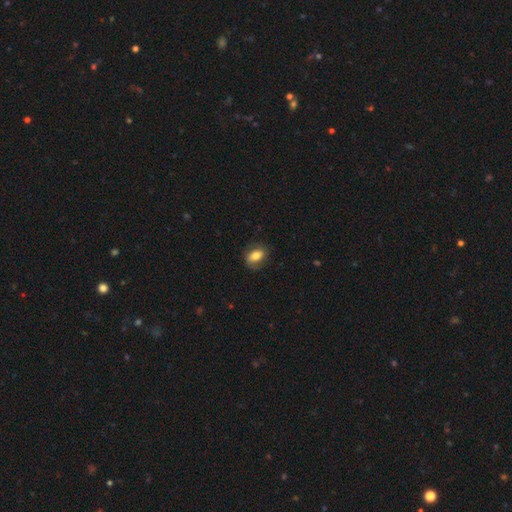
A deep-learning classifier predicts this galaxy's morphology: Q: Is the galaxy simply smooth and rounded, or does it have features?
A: smooth — 68%.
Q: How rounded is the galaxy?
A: in between — 80%.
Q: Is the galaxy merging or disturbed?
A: none — 74%.